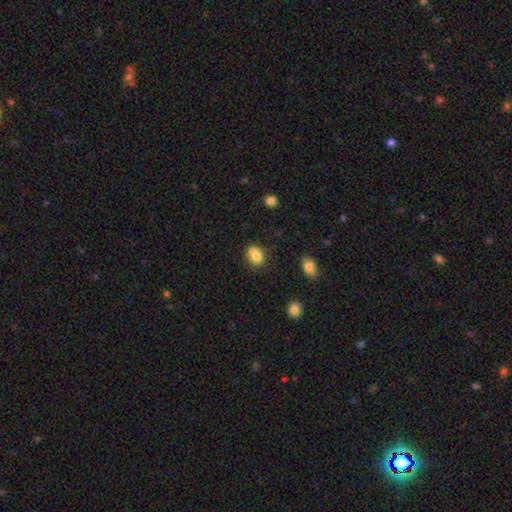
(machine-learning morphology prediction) Overall: smooth (75%). How rounded: round (55%; in between 44%). Merging: none (44%; merger 37%).